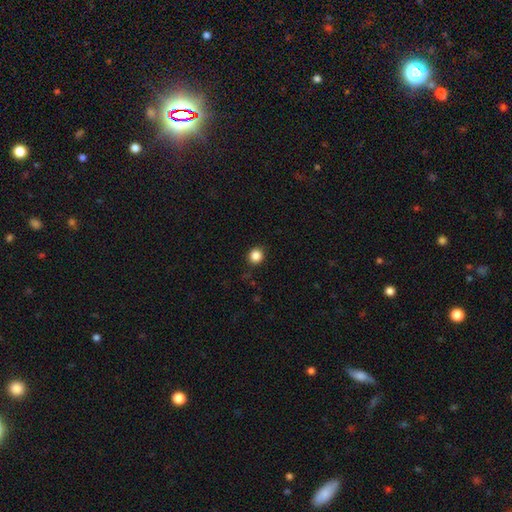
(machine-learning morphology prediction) Q: Smooth or featured?
A: smooth (86%); runner-up: star or artifact (11%)
Q: How rounded?
A: round (90%); runner-up: in between (9%)
Q: Merging?
A: none (90%); runner-up: minor disturbance (7%)